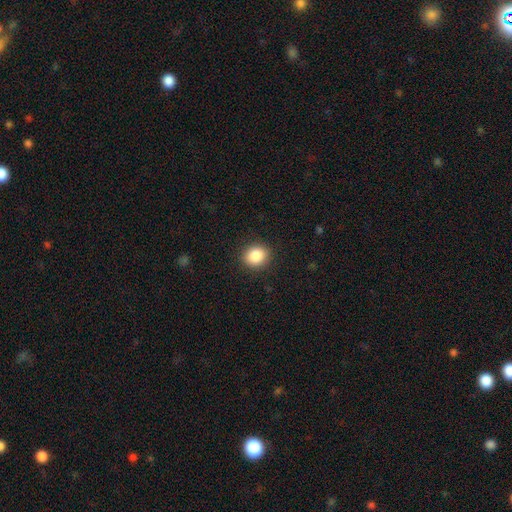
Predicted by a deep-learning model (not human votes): smooth_or_featured: smooth (p=0.87) [alt: star or artifact p=0.09]
how_rounded: round (p=0.69) [alt: in between p=0.30]
merging: none (p=0.90) [alt: minor disturbance p=0.07]